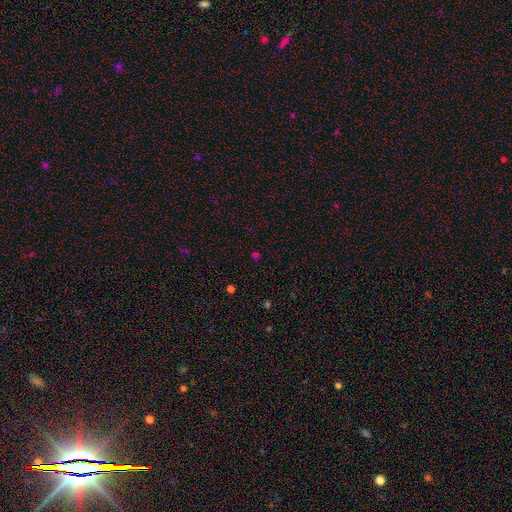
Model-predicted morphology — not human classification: The model was most divided on "smooth or featured": star or artifact: 49%, smooth: 45%, featured or disk: 6%.